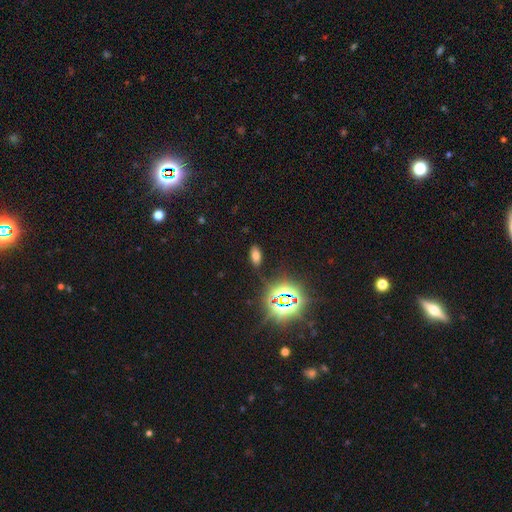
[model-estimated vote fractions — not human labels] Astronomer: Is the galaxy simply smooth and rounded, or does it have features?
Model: smooth — 61%.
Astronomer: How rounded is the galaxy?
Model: in between — 90%.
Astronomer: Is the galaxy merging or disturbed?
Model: none — 85%.